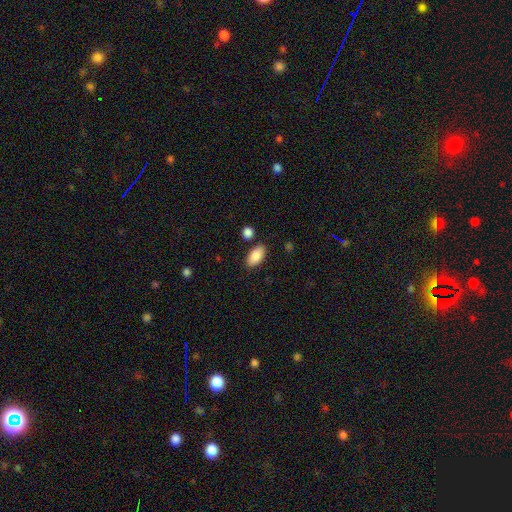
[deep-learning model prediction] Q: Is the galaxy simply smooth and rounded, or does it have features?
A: smooth — 87%.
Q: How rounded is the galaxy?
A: in between — 92%.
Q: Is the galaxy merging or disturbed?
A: none — 82%.